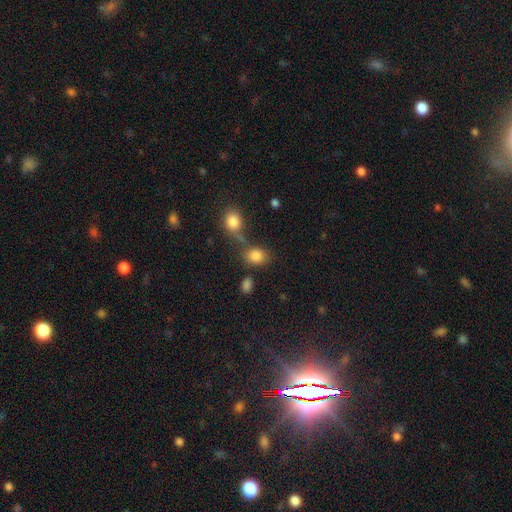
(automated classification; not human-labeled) This appears to be a smooth galaxy with no disk features (84%) that is in between round and cigar-shaped (59%). Merging: none (53%).